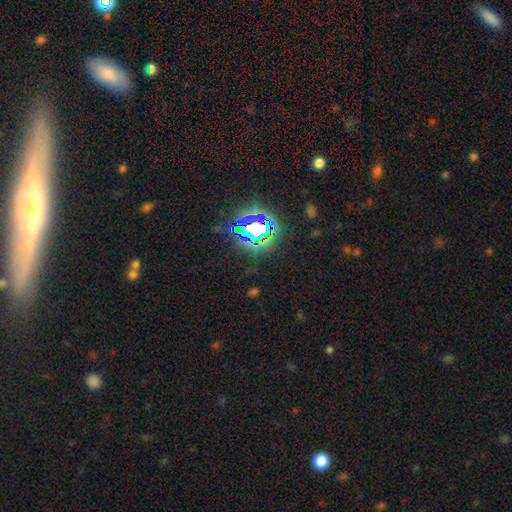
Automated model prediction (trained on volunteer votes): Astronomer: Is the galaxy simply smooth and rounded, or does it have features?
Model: star or artifact — 77%.